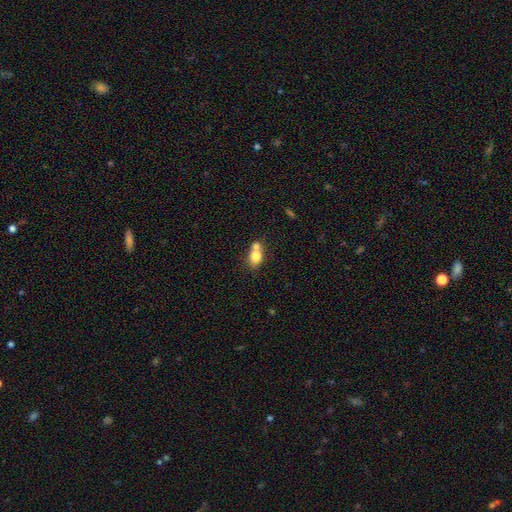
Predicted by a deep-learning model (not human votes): Q: Smooth or featured?
A: smooth (76%); runner-up: featured or disk (14%)
Q: How rounded?
A: in between (70%); runner-up: round (27%)
Q: Merging?
A: merger (47%); runner-up: none (39%)